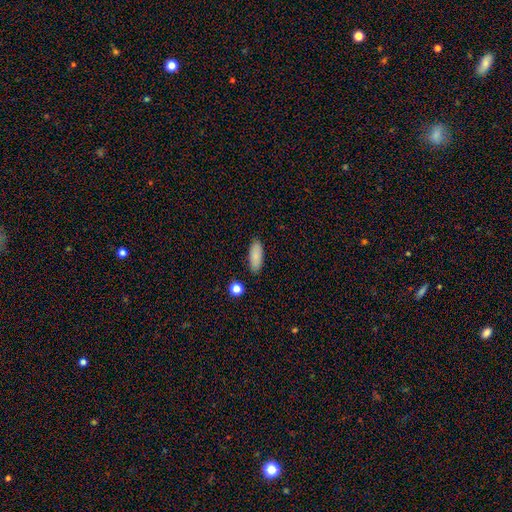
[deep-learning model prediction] smooth 86%, star or artifact 7%, featured or disk 7%. Down the decision tree: how rounded — in between (77%); merging — none (87%).